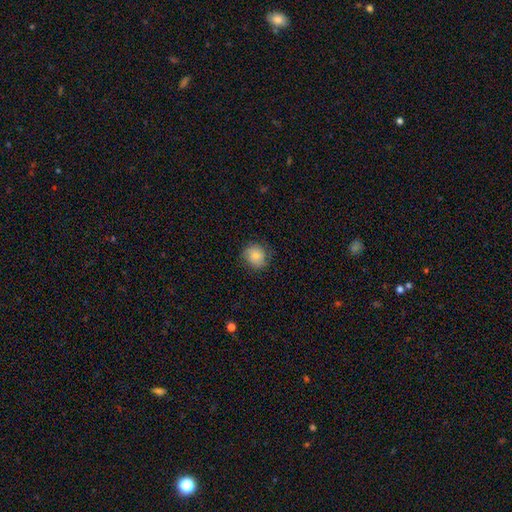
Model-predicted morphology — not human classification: Smooth or featured? Predicted: smooth (p=0.73). How rounded? Predicted: round (p=0.83). Merging? Predicted: none (p=0.78).